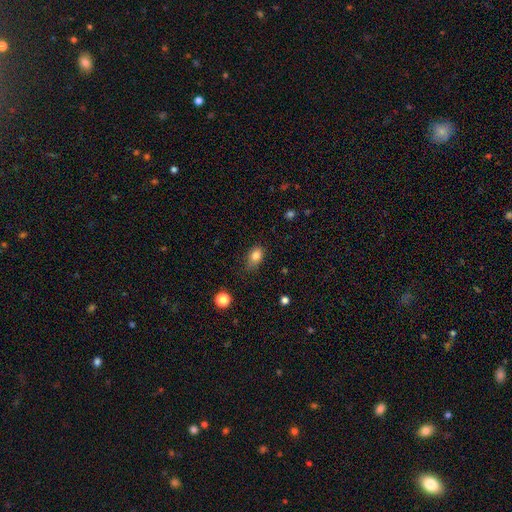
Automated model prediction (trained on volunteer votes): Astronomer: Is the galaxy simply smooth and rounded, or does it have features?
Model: smooth — 83%.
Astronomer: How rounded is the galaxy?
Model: in between — 78%.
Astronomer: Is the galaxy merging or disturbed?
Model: none — 69%.